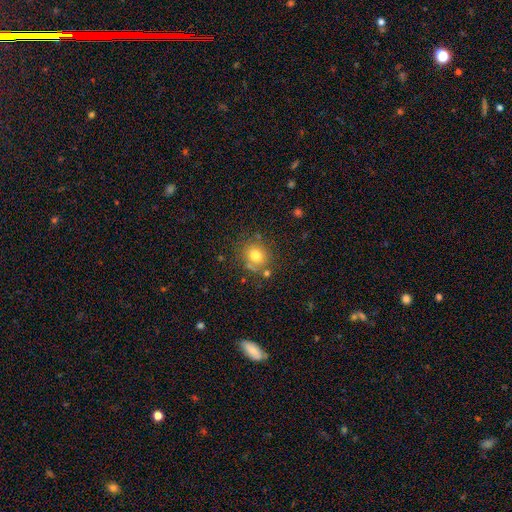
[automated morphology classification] Q: Smooth or featured?
A: smooth (75%); runner-up: star or artifact (13%)
Q: How rounded?
A: round (77%); runner-up: in between (22%)
Q: Merging?
A: none (72%); runner-up: minor disturbance (14%)